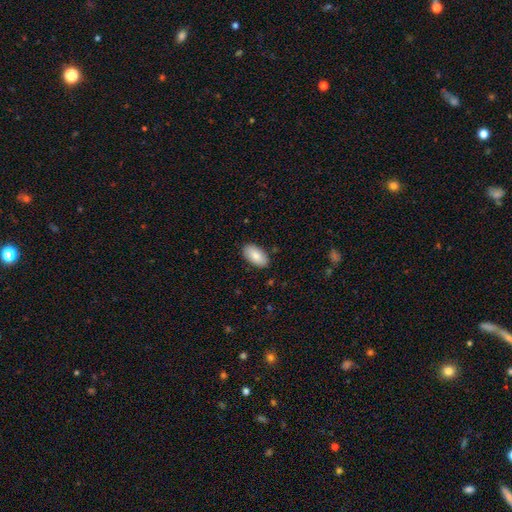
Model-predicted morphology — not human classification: Smooth or featured?
  - smooth: 86% *
  - featured or disk: 8%
  - star or artifact: 6%
How rounded?
  - in between: 95% *
  - round: 2%
  - cigar-shaped: 2%
Merging?
  - none: 87% *
  - minor disturbance: 10%
  - major disturbance: 2%
  - merger: 1%